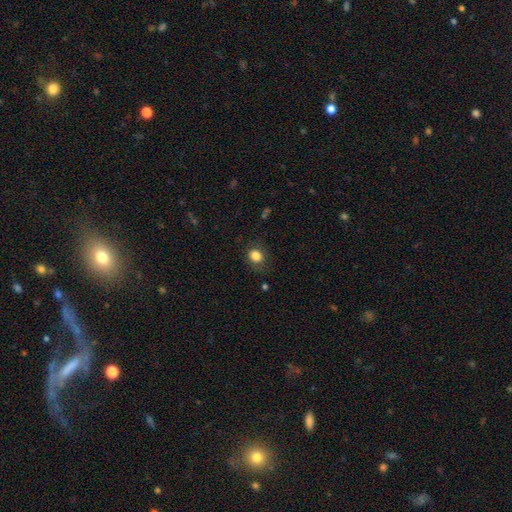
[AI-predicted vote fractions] smooth 83%, star or artifact 11%, featured or disk 6%. Down the decision tree: how rounded — round (67%); merging — none (76%).